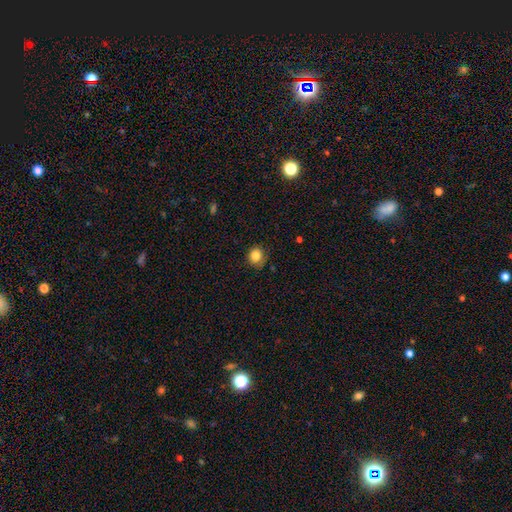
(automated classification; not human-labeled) smooth 84%, star or artifact 10%, featured or disk 6%. Down the decision tree: how rounded — round (82%); merging — none (79%).